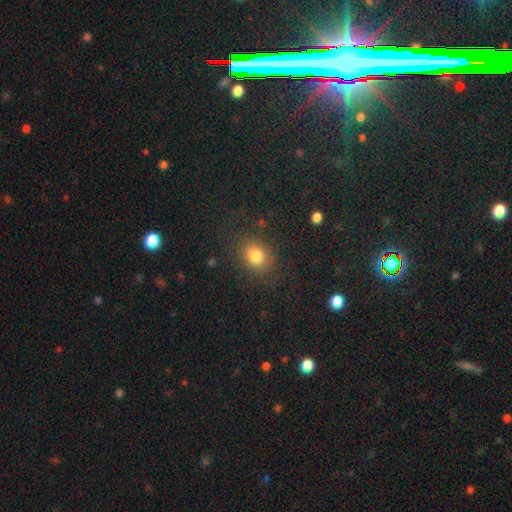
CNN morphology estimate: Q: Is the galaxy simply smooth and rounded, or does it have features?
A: smooth — 79%.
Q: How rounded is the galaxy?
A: round — 55%.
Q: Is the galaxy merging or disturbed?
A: none — 81%.